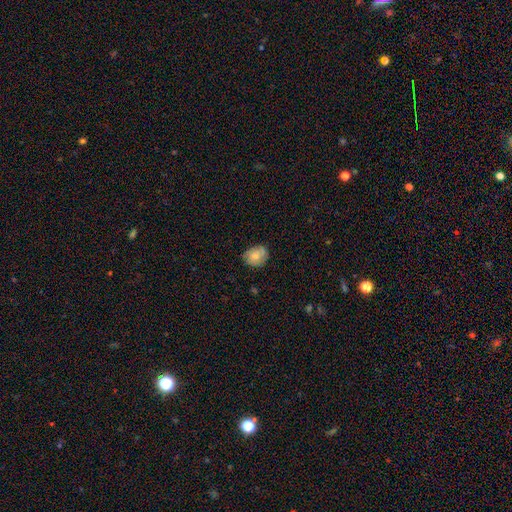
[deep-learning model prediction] The model was most divided on "how rounded": round: 60%, in between: 39%, cigar-shaped: 1%. More confident: smooth or featured — smooth (73%); merging — none (70%).